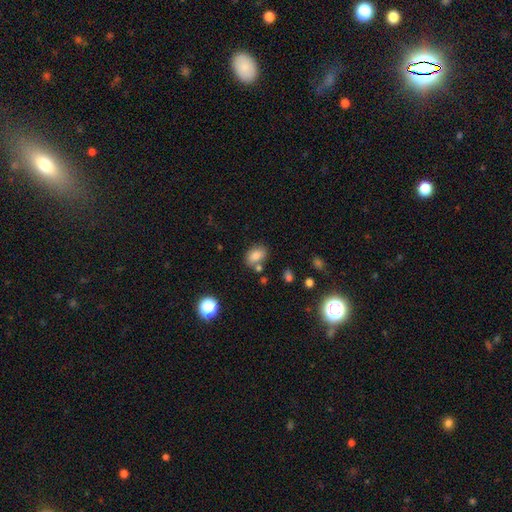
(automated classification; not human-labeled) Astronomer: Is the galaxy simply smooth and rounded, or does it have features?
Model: smooth — 80%.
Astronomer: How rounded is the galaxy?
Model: in between — 80%.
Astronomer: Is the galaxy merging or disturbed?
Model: none — 70%.